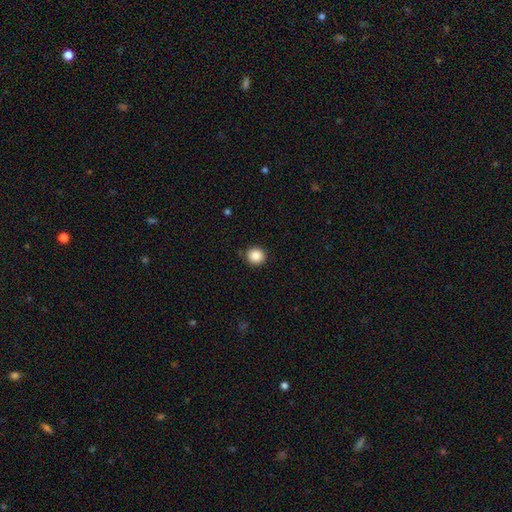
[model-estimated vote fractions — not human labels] The model was most divided on "smooth or featured": smooth: 87%, star or artifact: 9%, featured or disk: 4%. More confident: how rounded — round (94%); merging — none (90%).